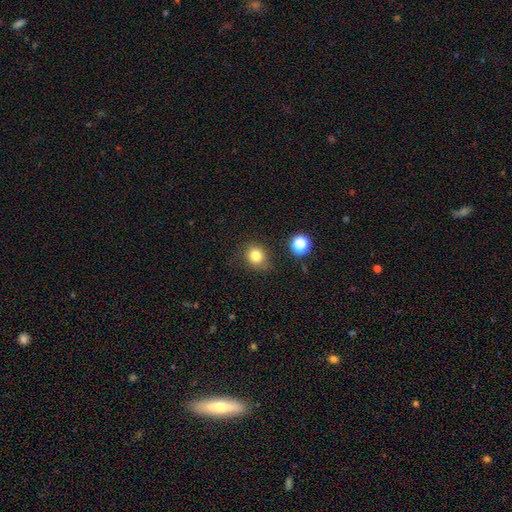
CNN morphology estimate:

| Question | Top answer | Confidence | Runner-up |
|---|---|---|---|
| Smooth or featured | smooth | 81% | star or artifact (13%) |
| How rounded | round | 77% | in between (22%) |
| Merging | none | 78% | minor disturbance (14%) |